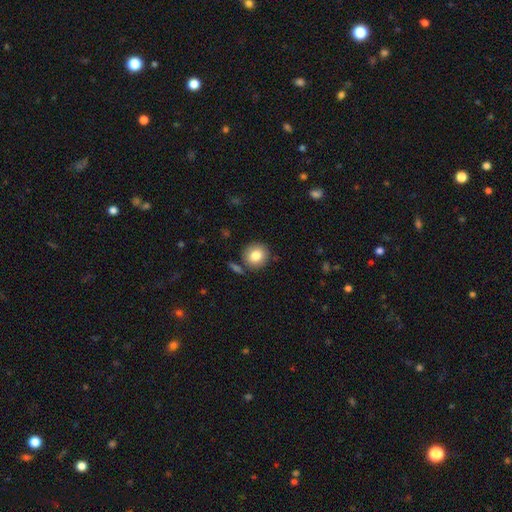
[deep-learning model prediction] Smooth or featured? Predicted: smooth (p=0.82). How rounded? Predicted: round (p=0.90). Merging? Predicted: none (p=0.83).